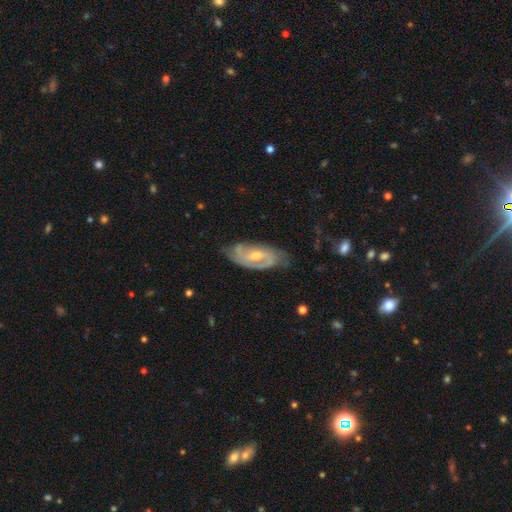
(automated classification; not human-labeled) A featured or disk galaxy (82%) with a weak bar (49%), 2 (70%) tight (46%) spiral arms (94%) and a moderate central bulge (58%).

Vote fractions:
- Smooth or featured? featured or disk: 82% / smooth: 12% / star or artifact: 5%
- Edge-on disk? no: 92% / yes: 8%
- Bar? weak: 49% / no: 38% / strong: 13%
- Spiral arms? yes: 94% / no: 6%
- Spiral winding? tight: 46% / medium: 42% / loose: 13%
- Spiral arm count? 2: 70% / can't tell: 16% / 3: 6% / 1: 4% / 4: 2% / more than 4: 2%
- Bulge size? moderate: 58% / small: 34% / large: 4% / none: 3% / dominant: 1%
- Merging? none: 71% / minor disturbance: 21% / major disturbance: 7% / merger: 2%